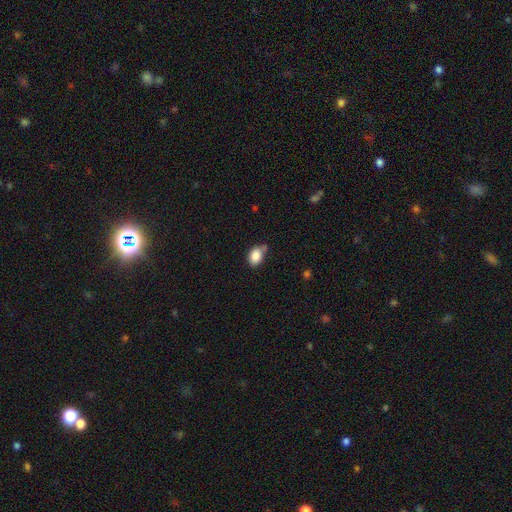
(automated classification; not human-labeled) smooth 87%, star or artifact 8%, featured or disk 5%. Down the decision tree: how rounded — in between (79%); merging — none (59%).